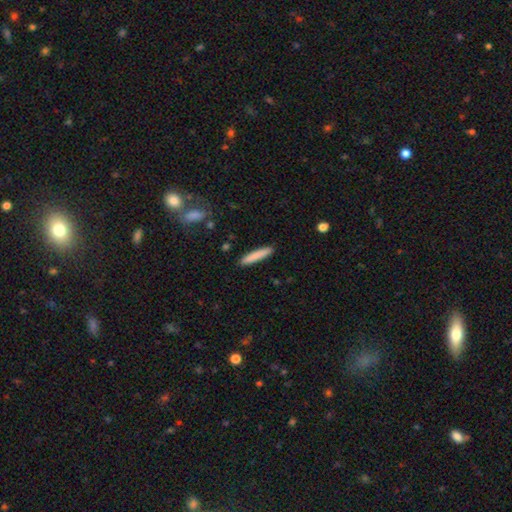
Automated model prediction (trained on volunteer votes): smooth-or-featured: smooth: 83% | featured or disk: 11% | star or artifact: 6%
  how-rounded: cigar-shaped: 92% | in between: 7% | round: 1%
  merging: none: 90% | minor disturbance: 7% | major disturbance: 2% | merger: 1%